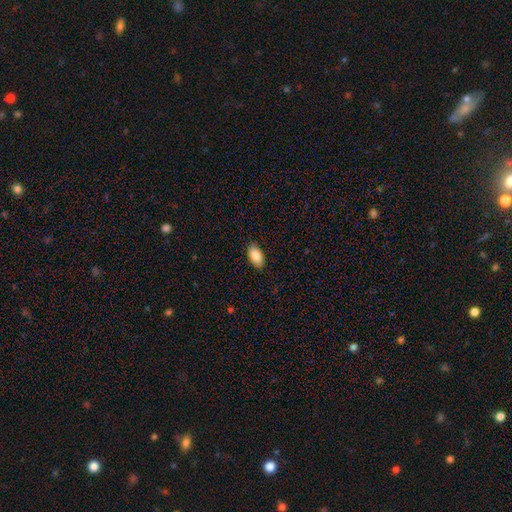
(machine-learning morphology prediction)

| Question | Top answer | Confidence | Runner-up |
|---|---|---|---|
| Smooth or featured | smooth | 90% | star or artifact (6%) |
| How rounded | in between | 94% | round (3%) |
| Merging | none | 88% | minor disturbance (9%) |